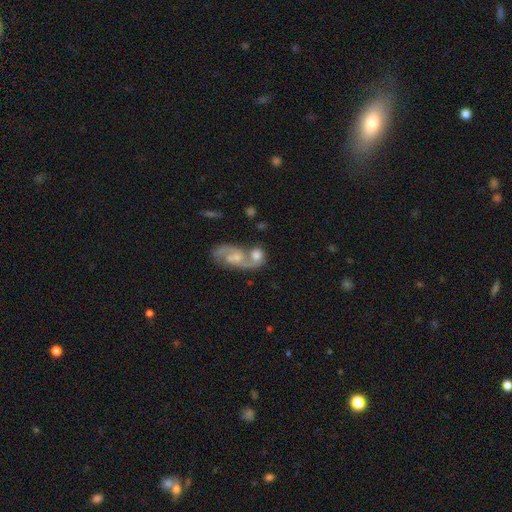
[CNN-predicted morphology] Smooth or featured: featured or disk — 69% (smooth — 21%)
Edge-on disk: no — 94% (yes — 6%)
Bar: no — 53% (weak — 38%)
Spiral arms: yes — 89% (no — 11%)
Spiral winding: medium — 47% (loose — 38%)
Spiral arm count: 2 — 86% (can't tell — 6%)
Bulge size: small — 41% (moderate — 37%)
Merging: merger — 42% (none — 39%)